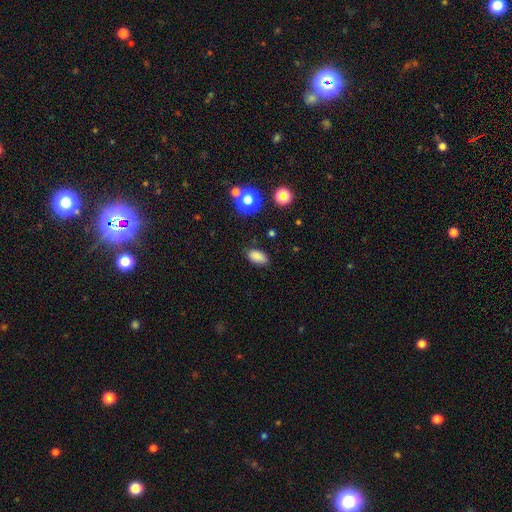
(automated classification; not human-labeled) A smooth galaxy with no disk features (85%) that is in between round and cigar-shaped (89%). Merging: none (85%).